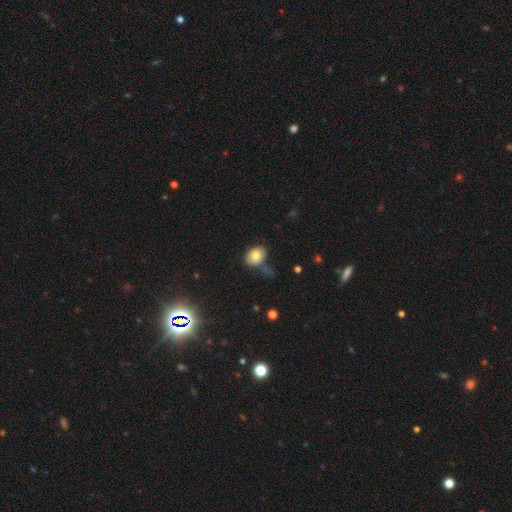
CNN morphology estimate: Smooth or featured? Predicted: smooth (p=0.78). How rounded? Predicted: in between (p=0.64). Merging? Predicted: none (p=0.60).